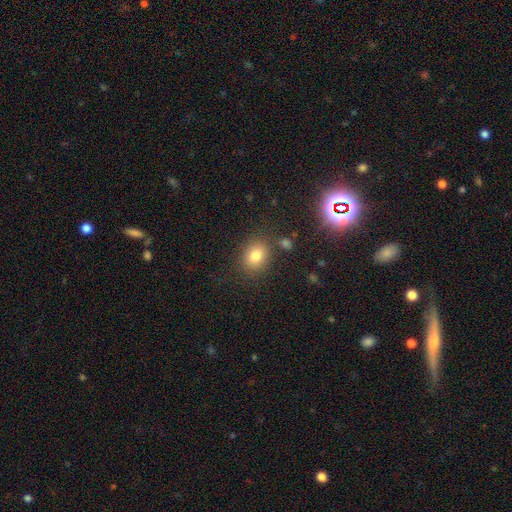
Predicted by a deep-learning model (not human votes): This appears to be a smooth galaxy with no disk features (79%) that is round (55%). Merging: none (81%).